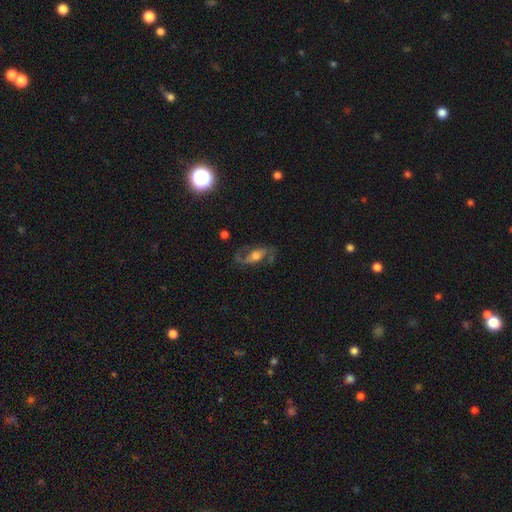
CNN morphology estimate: Q: Smooth or featured?
A: featured or disk (73%); runner-up: smooth (19%)
Q: Edge-on disk?
A: no (89%); runner-up: yes (11%)
Q: Bar?
A: no (46%); runner-up: weak (34%)
Q: Spiral arms?
A: yes (87%); runner-up: no (13%)
Q: Spiral winding?
A: loose (49%); runner-up: medium (39%)
Q: Spiral arm count?
A: 2 (86%); runner-up: can't tell (5%)
Q: Bulge size?
A: moderate (55%); runner-up: large (24%)
Q: Merging?
A: none (65%); runner-up: minor disturbance (18%)